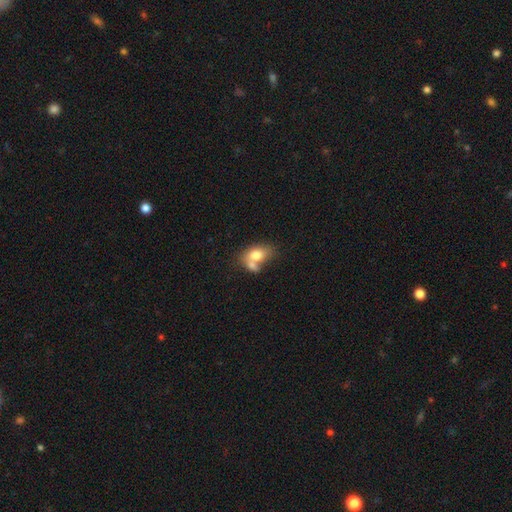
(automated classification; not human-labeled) smooth_or_featured: smooth (p=0.74) [alt: featured or disk p=0.18]
how_rounded: in between (p=0.80) [alt: round p=0.19]
merging: merger (p=0.57) [alt: none p=0.25]